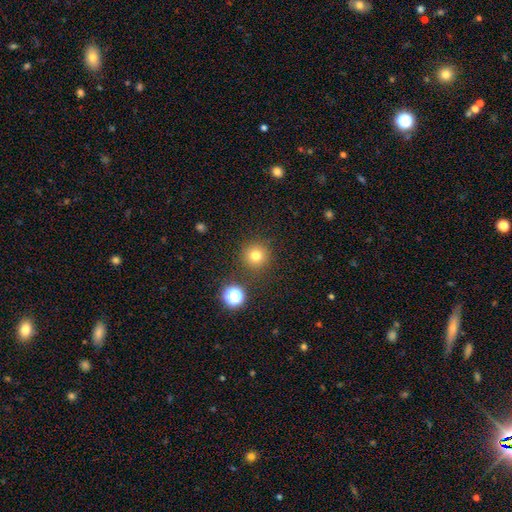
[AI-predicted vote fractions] A smooth galaxy with no disk features (76%) that is round (95%). Merging: none (88%).